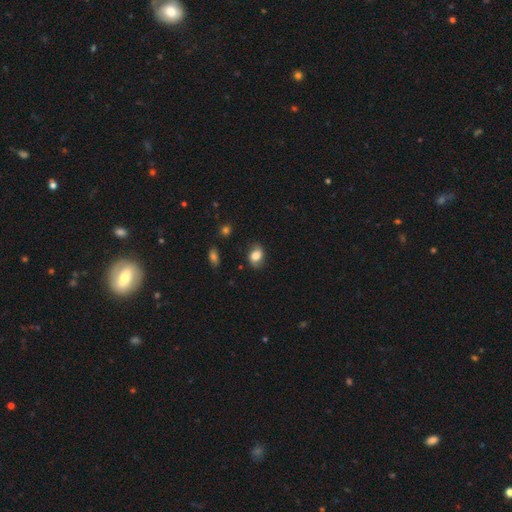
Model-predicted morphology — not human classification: Smooth or featured?
  - smooth: 69% *
  - featured or disk: 22%
  - star or artifact: 9%
How rounded?
  - in between: 68% *
  - round: 30%
  - cigar-shaped: 1%
Merging?
  - none: 72% *
  - minor disturbance: 20%
  - major disturbance: 6%
  - merger: 2%